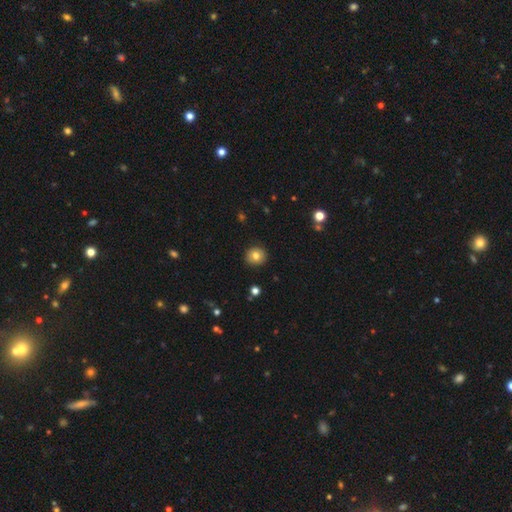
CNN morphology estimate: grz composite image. It shows a smooth galaxy with no disk features (79%) that is round (88%). Merging: none (91%).